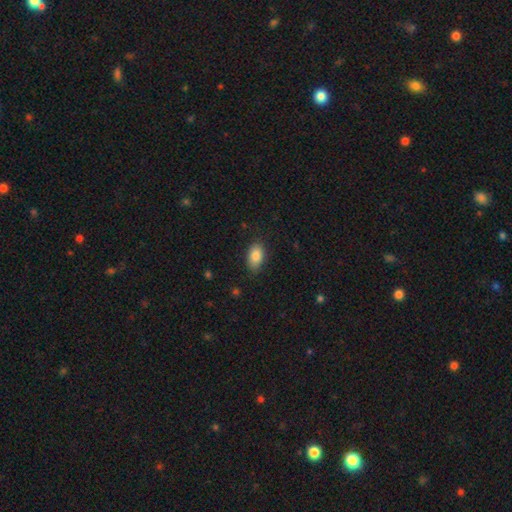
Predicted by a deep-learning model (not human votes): This is clearly a smooth galaxy (86%). How rounded: clearly in between (91%). Merging: clearly none (81%).